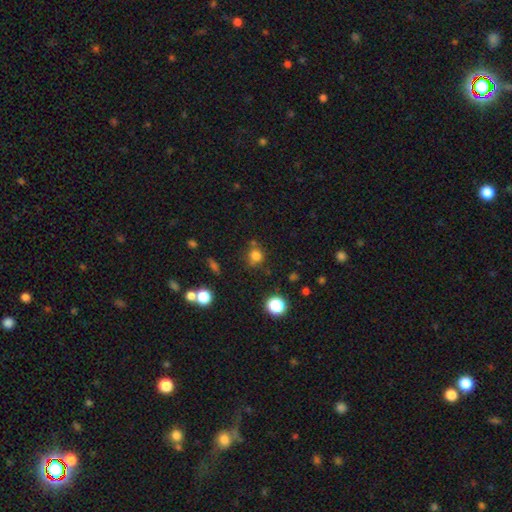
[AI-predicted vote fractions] A smooth galaxy with no disk features (77%) that is round (84%).

Vote fractions:
- Smooth or featured? smooth: 77% / star or artifact: 17% / featured or disk: 6%
- How rounded? round: 84% / in between: 15% / cigar-shaped: 1%
- Merging? none: 69% / minor disturbance: 15% / merger: 11% / major disturbance: 5%